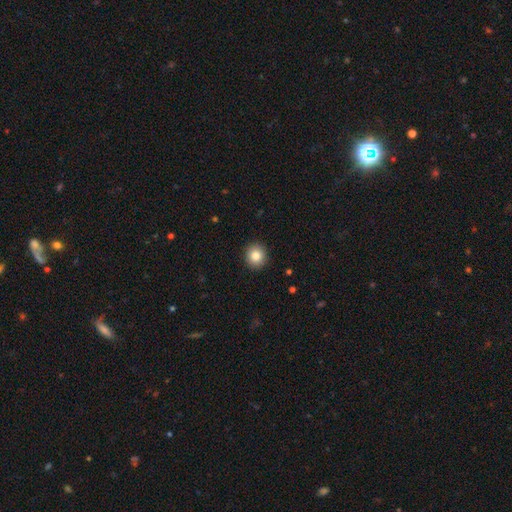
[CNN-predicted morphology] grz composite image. It shows a smooth galaxy with no disk features (83%) that is round (88%). Merging: none (92%).